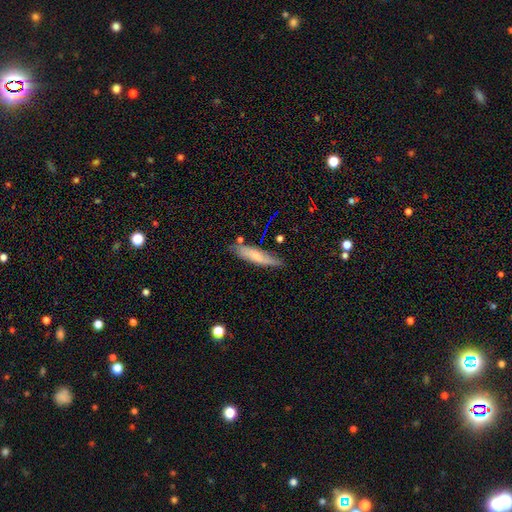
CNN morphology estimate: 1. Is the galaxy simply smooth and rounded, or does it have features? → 65% smooth, 28% featured or disk, 7% star or artifact.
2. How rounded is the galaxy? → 78% cigar-shaped, 20% in between, 2% round.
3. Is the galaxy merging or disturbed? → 70% none, 21% minor disturbance, 5% merger, 4% major disturbance.